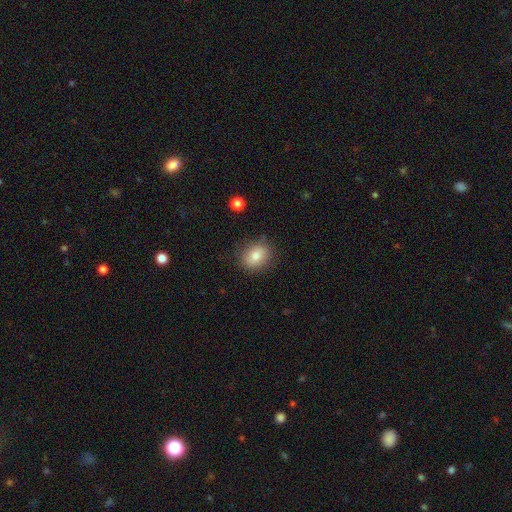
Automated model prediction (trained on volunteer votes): Smooth or featured? smooth (81%)
How rounded? in between (50%)
Merging? none (84%)